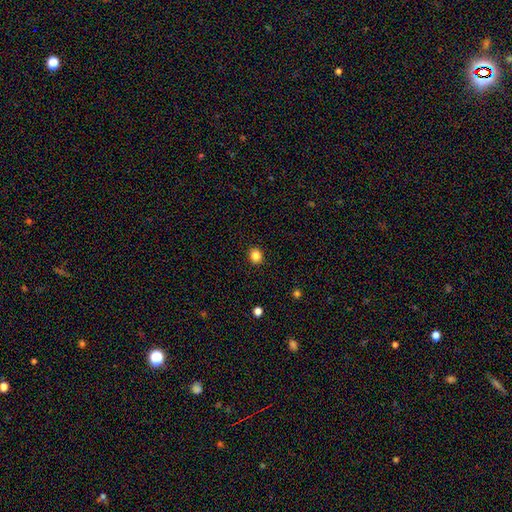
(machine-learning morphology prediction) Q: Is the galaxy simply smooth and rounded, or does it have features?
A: smooth — 85%.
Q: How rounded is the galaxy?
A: round — 78%.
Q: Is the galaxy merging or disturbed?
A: none — 92%.